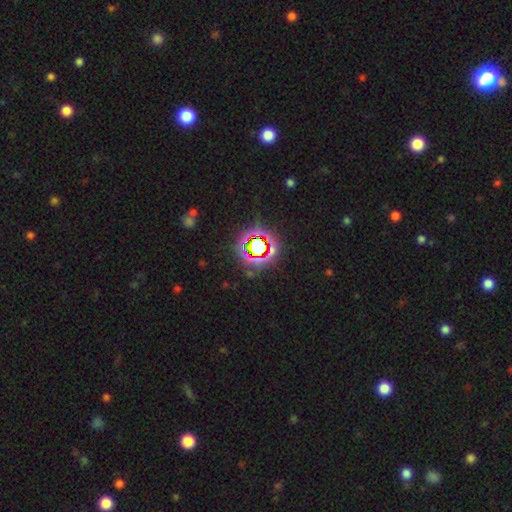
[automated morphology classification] A star or artifact, not a galaxy (77%).

Vote fractions:
- Smooth or featured? star or artifact: 77% / smooth: 14% / featured or disk: 9%